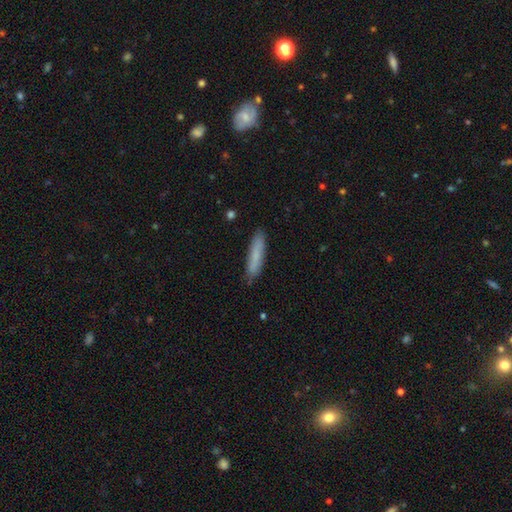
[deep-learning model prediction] smooth-or-featured: smooth: 78% | featured or disk: 15% | star or artifact: 6%
  how-rounded: cigar-shaped: 87% | in between: 12% | round: 1%
  merging: none: 85% | minor disturbance: 12% | major disturbance: 2% | merger: 1%